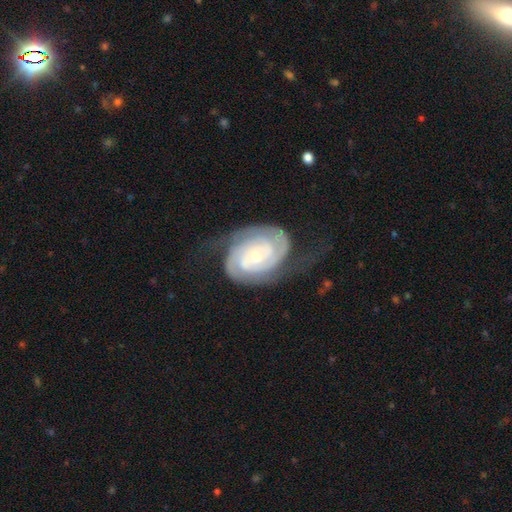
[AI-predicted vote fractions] Smooth or featured? featured or disk (89%)
Edge-on disk? no (97%)
Bar? no (65%)
Spiral arms? yes (97%)
Spiral winding? tight (67%)
Spiral arm count? 2 (74%)
Bulge size? small (64%)
Merging? none (62%)